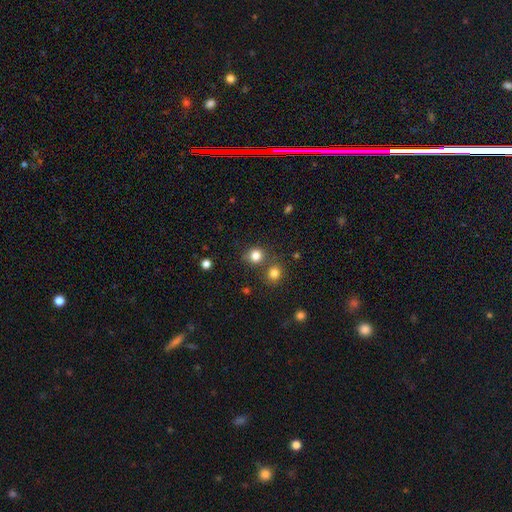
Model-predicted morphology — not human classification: Smooth or featured: smooth — 81% (star or artifact — 13%)
How rounded: round — 85% (in between — 14%)
Merging: none — 70% (merger — 16%)